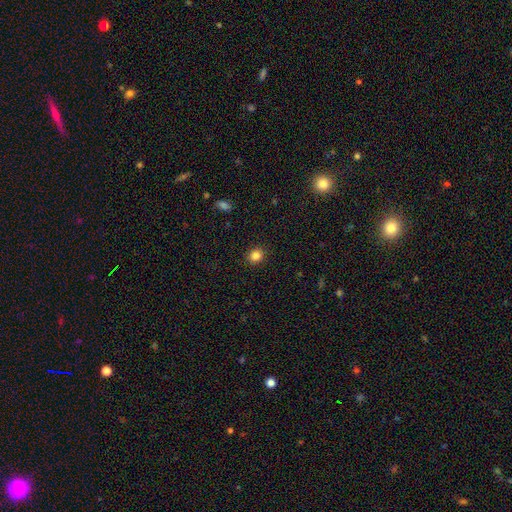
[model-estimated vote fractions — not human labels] Morphology: type=smooth (84%); roundness=round (75%); merging=none (91%).